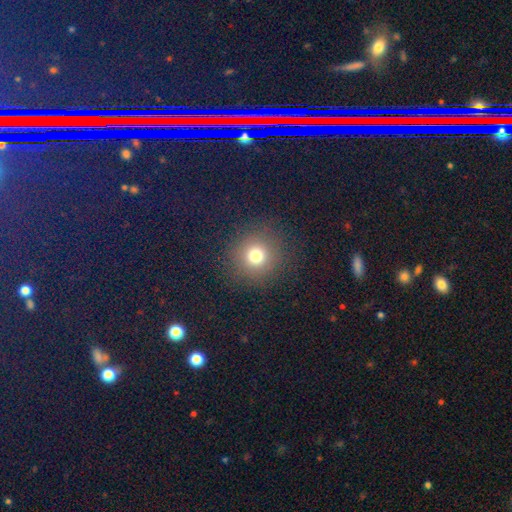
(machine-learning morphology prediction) type=smooth (73%); roundness=round (94%); merging=none (89%).